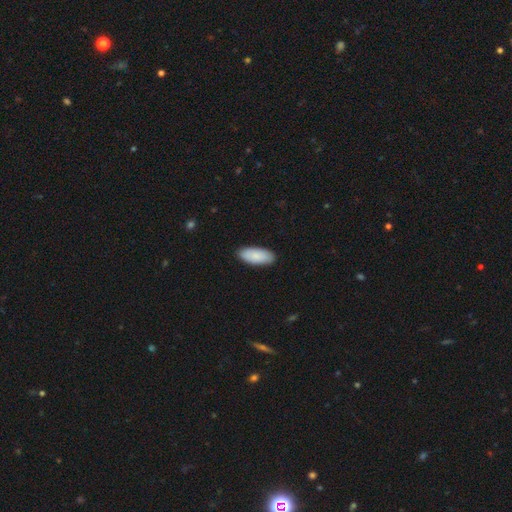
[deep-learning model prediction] A smooth galaxy with no disk features (88%) that is in between round and cigar-shaped (88%).

Vote fractions:
- Smooth or featured? smooth: 88% / featured or disk: 7% / star or artifact: 5%
- How rounded? in between: 88% / cigar-shaped: 10% / round: 2%
- Merging? none: 89% / minor disturbance: 9% / major disturbance: 2% / merger: 1%